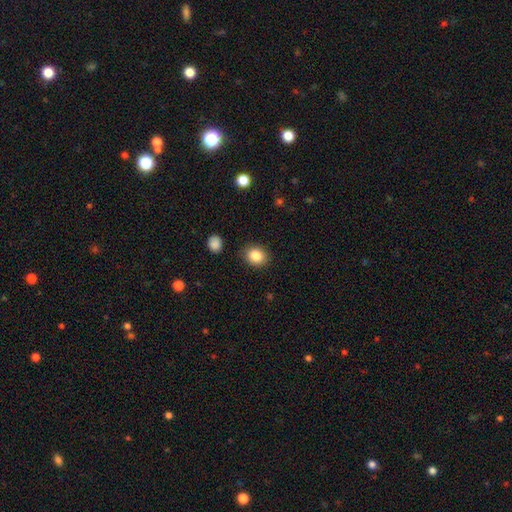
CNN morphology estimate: The model was most divided on "how rounded": round: 60%, in between: 39%, cigar-shaped: 1%. More confident: smooth or featured — smooth (86%); merging — none (85%).